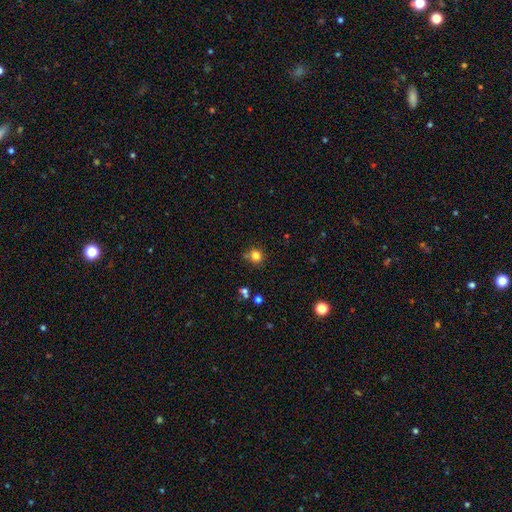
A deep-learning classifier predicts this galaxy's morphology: The model was most divided on "smooth or featured": smooth: 80%, star or artifact: 14%, featured or disk: 6%. More confident: how rounded — round (88%); merging — none (79%).